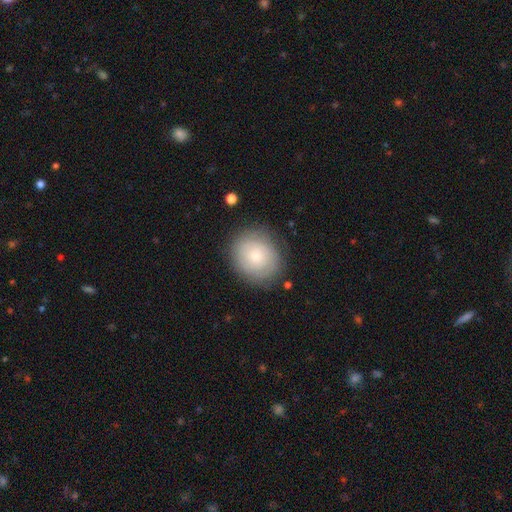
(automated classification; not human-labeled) Smooth or featured? Predicted: smooth (p=0.63). How rounded? Predicted: round (p=0.71). Merging? Predicted: none (p=0.80).